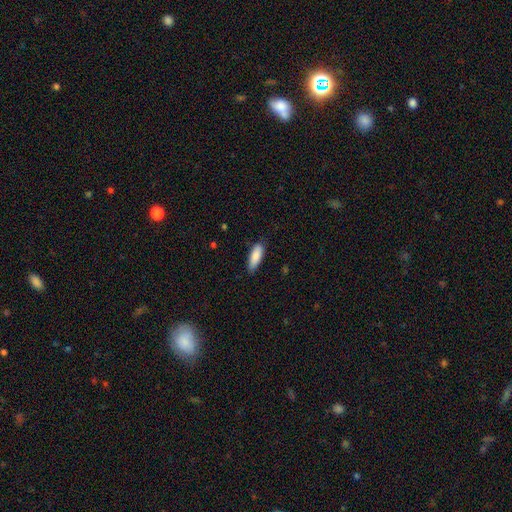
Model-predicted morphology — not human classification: Q: Smooth or featured?
A: smooth (87%); runner-up: featured or disk (7%)
Q: How rounded?
A: in between (66%); runner-up: cigar-shaped (32%)
Q: Merging?
A: none (76%); runner-up: minor disturbance (20%)